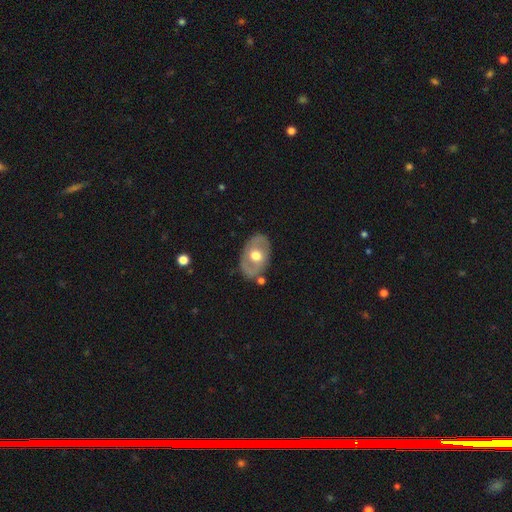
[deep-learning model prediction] The model was most divided on "smooth or featured": featured or disk: 54%, smooth: 41%, star or artifact: 5%. More confident: edge-on disk — no (90%); merging — none (78%).